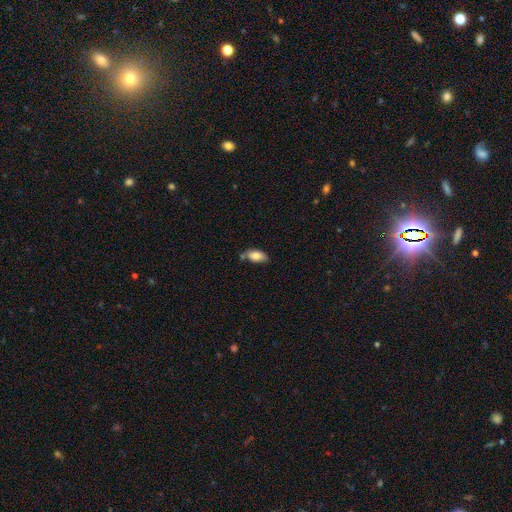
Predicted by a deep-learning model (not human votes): Q: Smooth or featured?
A: smooth (82%); runner-up: featured or disk (11%)
Q: How rounded?
A: in between (91%); runner-up: cigar-shaped (6%)
Q: Merging?
A: none (63%); runner-up: minor disturbance (22%)